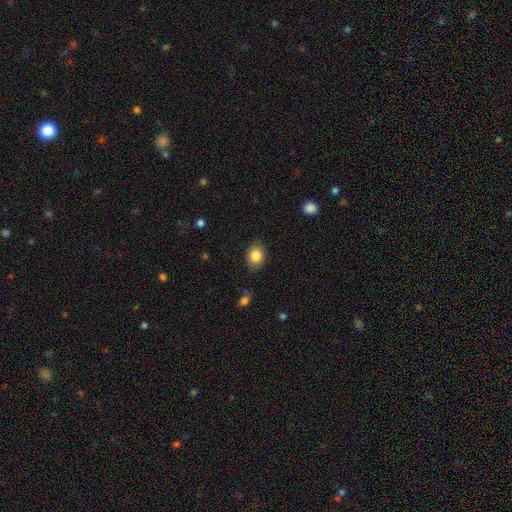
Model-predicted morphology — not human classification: smooth_or_featured: smooth (p=0.84) [alt: star or artifact p=0.09]
how_rounded: in between (p=0.64) [alt: round p=0.35]
merging: none (p=0.85) [alt: minor disturbance p=0.11]